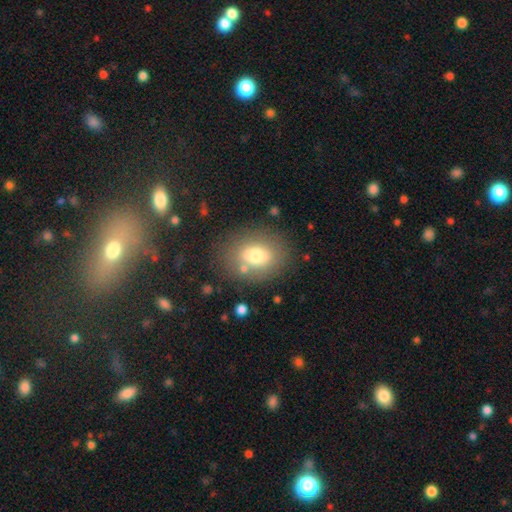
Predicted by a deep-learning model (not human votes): smooth_or_featured: smooth (p=0.72) [alt: featured or disk p=0.17]
how_rounded: in between (p=0.56) [alt: round p=0.43]
merging: none (p=0.76) [alt: minor disturbance p=0.13]